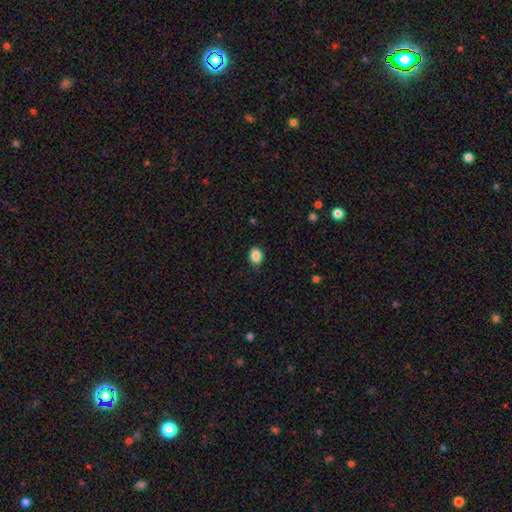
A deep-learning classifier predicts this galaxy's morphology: The model was most divided on "how rounded": in between: 68%, round: 31%, cigar-shaped: 1%. More confident: smooth or featured — smooth (88%); merging — none (85%).